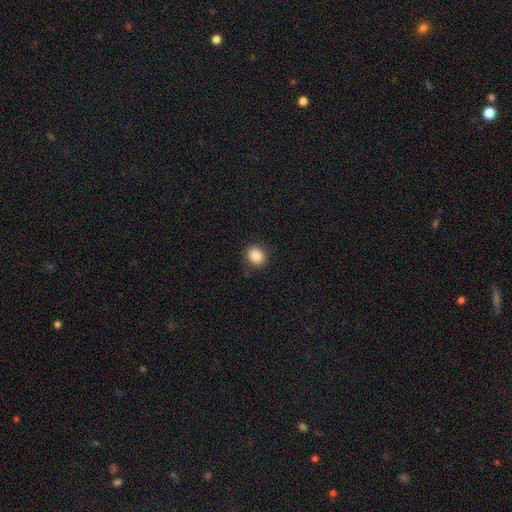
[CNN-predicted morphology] Smooth or featured: smooth — 87% (star or artifact — 9%)
How rounded: round — 64% (in between — 35%)
Merging: none — 88% (minor disturbance — 9%)